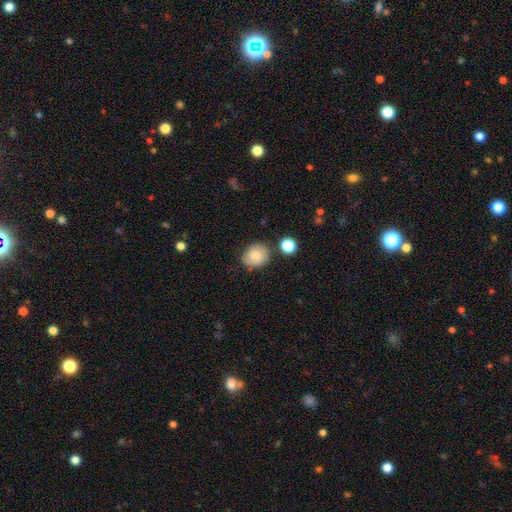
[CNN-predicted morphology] The model was most divided on "how rounded": round: 66%, in between: 33%, cigar-shaped: 1%. More confident: smooth or featured — smooth (80%); merging — none (78%).